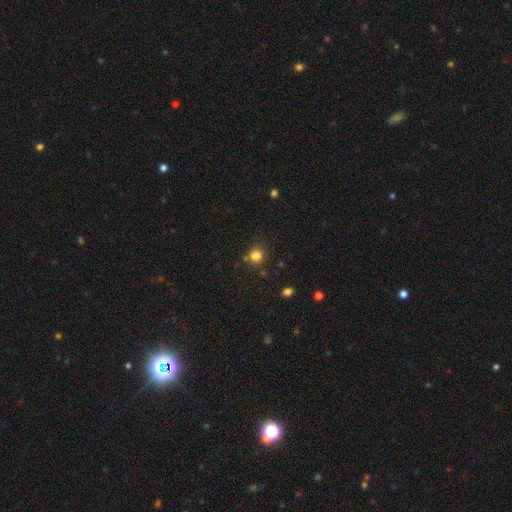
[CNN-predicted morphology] The model was most divided on "merging": none: 67%, minor disturbance: 15%, merger: 12%, major disturbance: 5%. More confident: smooth or featured — smooth (80%); how rounded — round (76%).